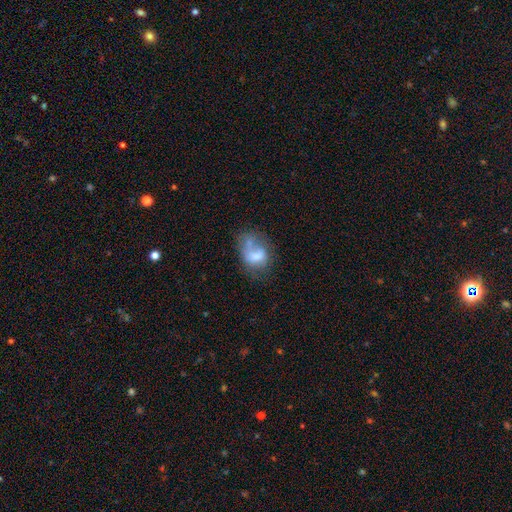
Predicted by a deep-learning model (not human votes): A smooth galaxy with no disk features (59%) that is in between round and cigar-shaped (69%).

Vote fractions:
- Smooth or featured? smooth: 59% / featured or disk: 32% / star or artifact: 10%
- How rounded? in between: 69% / round: 30% / cigar-shaped: 1%
- Merging? merger: 31% / none: 27% / major disturbance: 22% / minor disturbance: 21%